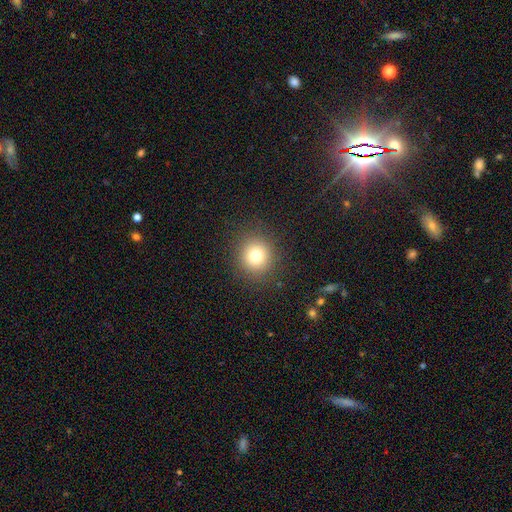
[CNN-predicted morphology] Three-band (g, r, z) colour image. It shows a smooth galaxy with no disk features (76%) that is round (92%). Merging: none (89%).